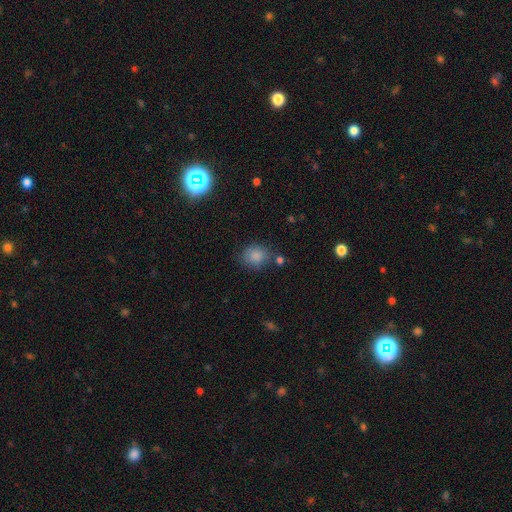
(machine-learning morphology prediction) Smooth or featured?
  - smooth: 84% *
  - star or artifact: 10%
  - featured or disk: 6%
How rounded?
  - round: 66% *
  - in between: 33%
  - cigar-shaped: 1%
Merging?
  - none: 70% *
  - minor disturbance: 18%
  - merger: 6%
  - major disturbance: 5%